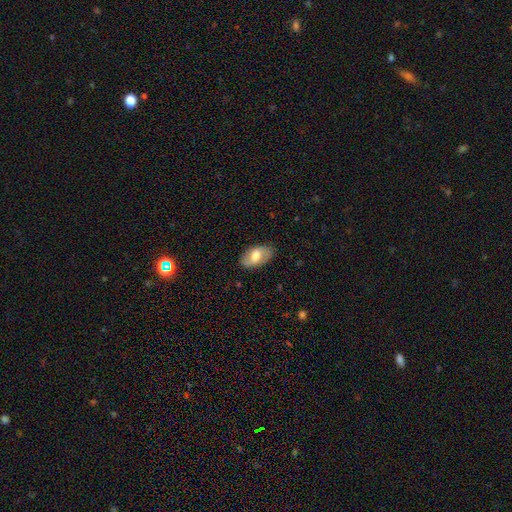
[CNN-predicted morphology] Smooth or featured?
  - smooth: 53% *
  - featured or disk: 40%
  - star or artifact: 6%
How rounded?
  - in between: 93% *
  - round: 5%
  - cigar-shaped: 2%
Merging?
  - none: 83% *
  - minor disturbance: 13%
  - major disturbance: 3%
  - merger: 1%